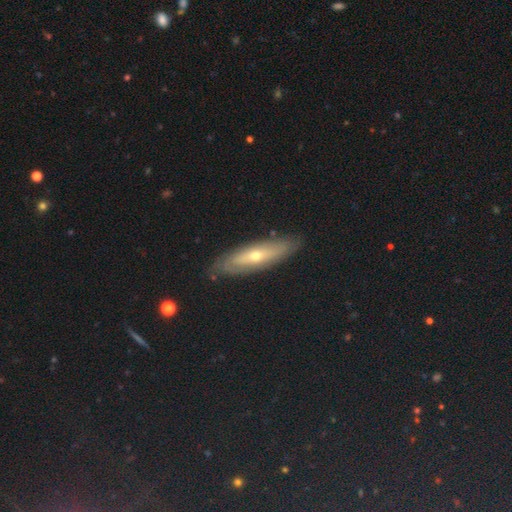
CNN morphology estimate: A featured or disk galaxy (61%) with not edge-on (50%, tied with yes). Merging: none (84%).